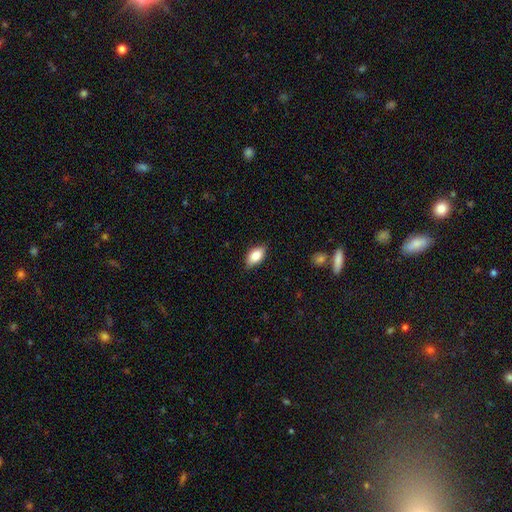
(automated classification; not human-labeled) A smooth galaxy with no disk features (82%) that is in between round and cigar-shaped (90%). Merging: none (83%).